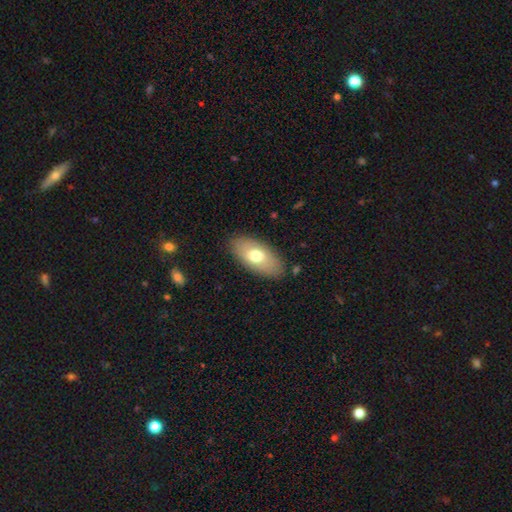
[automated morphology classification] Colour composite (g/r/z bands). It shows a smooth galaxy with no disk features (67%) that is in between round and cigar-shaped (91%). Merging: none (85%).